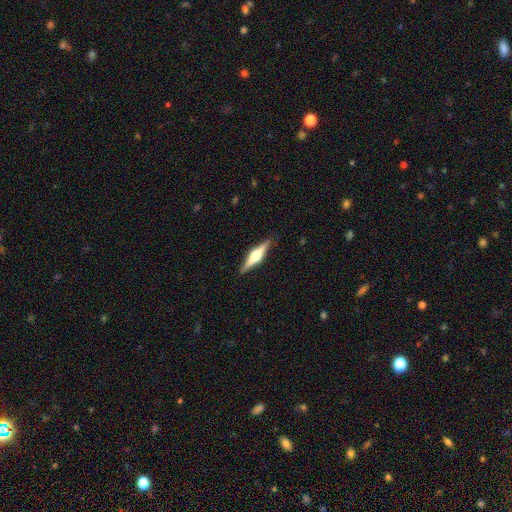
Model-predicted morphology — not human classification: featured or disk 72%, smooth 23%, star or artifact 5%. Down the decision tree: edge-on disk — yes (98%); edge-on bulge — rounded (91%); merging — none (90%).